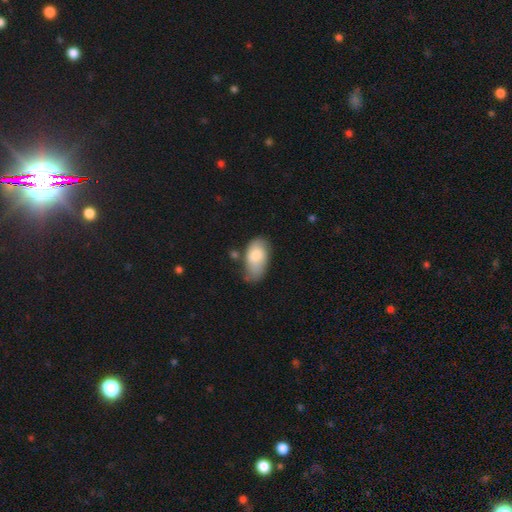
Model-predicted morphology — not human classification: A smooth galaxy with no disk features (77%) that is in between round and cigar-shaped (94%).

Vote fractions:
- Smooth or featured? smooth: 77% / featured or disk: 17% / star or artifact: 6%
- How rounded? in between: 94% / round: 4% / cigar-shaped: 2%
- Merging? minor disturbance: 40% / none: 37% / major disturbance: 16% / merger: 7%